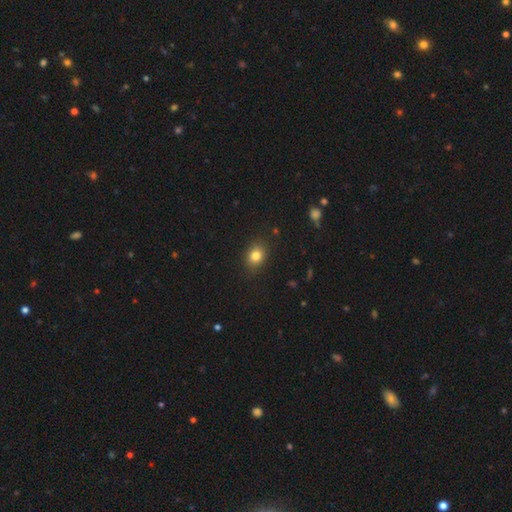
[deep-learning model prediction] Smooth or featured? smooth (82%)
How rounded? in between (54%)
Merging? none (87%)